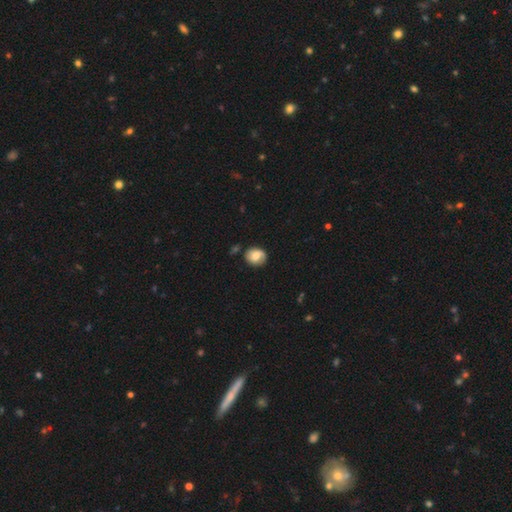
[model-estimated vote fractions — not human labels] Q: Smooth or featured?
A: smooth (62%); runner-up: featured or disk (30%)
Q: How rounded?
A: round (65%); runner-up: in between (34%)
Q: Merging?
A: none (73%); runner-up: minor disturbance (19%)